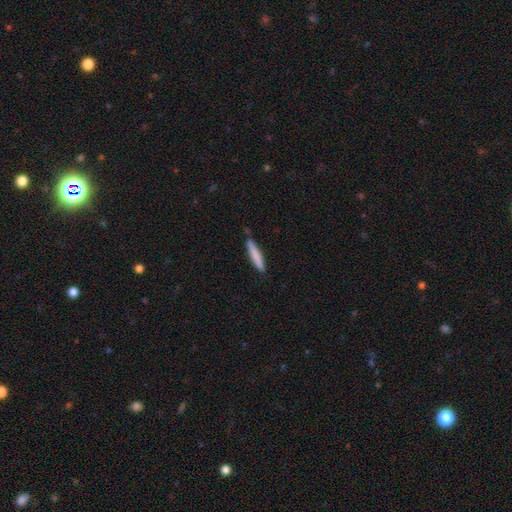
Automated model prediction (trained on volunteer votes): Morphology: type=smooth (81%); roundness=cigar-shaped (91%); merging=none (85%).